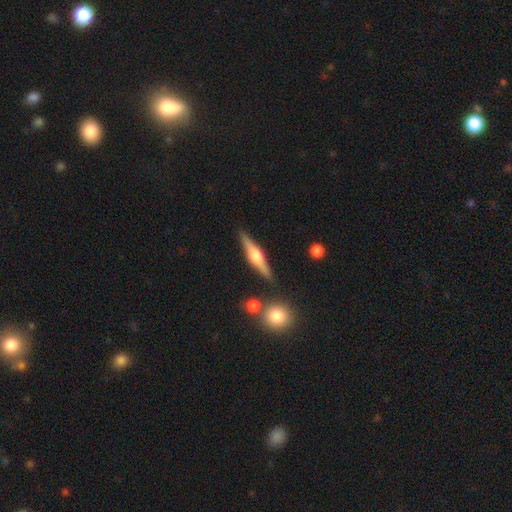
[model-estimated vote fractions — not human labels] The model was most divided on "smooth or featured": featured or disk: 71%, smooth: 23%, star or artifact: 6%. More confident: edge-on disk — yes (97%); merging — none (87%); edge-on bulge — rounded (87%).